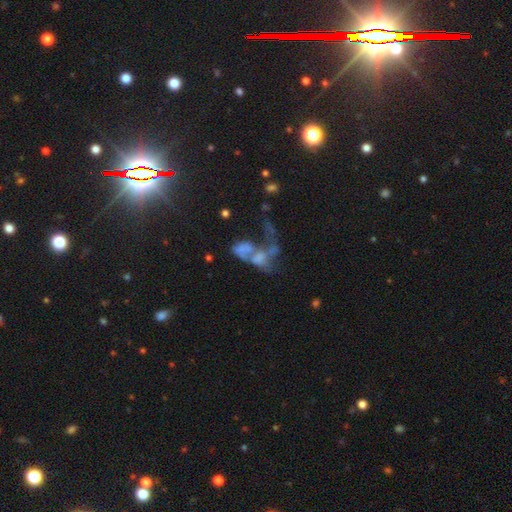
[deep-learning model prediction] Smooth or featured? Predicted: featured or disk (p=0.48). Merging? Predicted: merger (p=0.52).